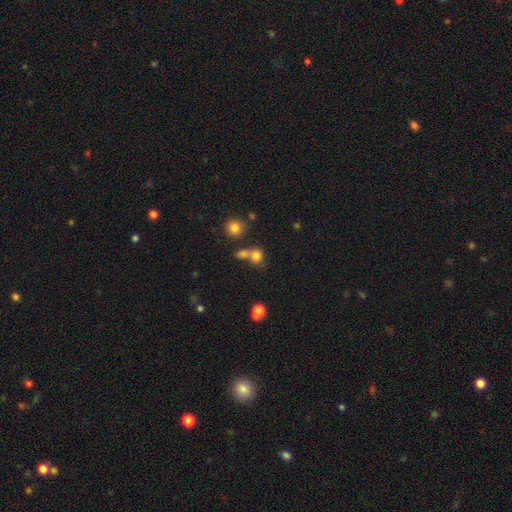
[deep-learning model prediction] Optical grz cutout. It shows a smooth galaxy with no disk features (77%) that is round (78%). Merging: none (48%).